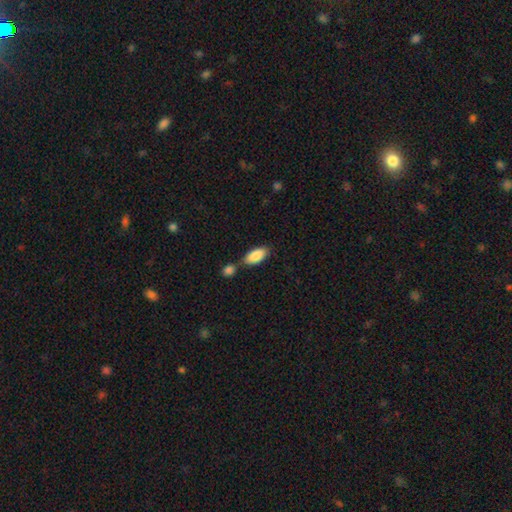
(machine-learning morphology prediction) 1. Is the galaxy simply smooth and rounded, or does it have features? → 88% smooth, 6% star or artifact, 6% featured or disk.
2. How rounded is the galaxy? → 90% in between, 8% cigar-shaped, 2% round.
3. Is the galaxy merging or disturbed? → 55% none, 27% merger, 14% minor disturbance, 4% major disturbance.